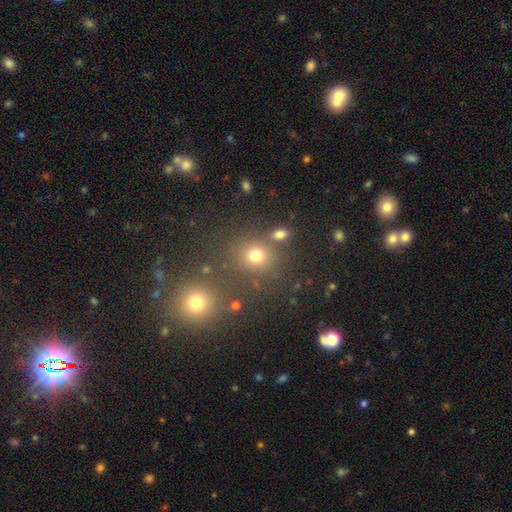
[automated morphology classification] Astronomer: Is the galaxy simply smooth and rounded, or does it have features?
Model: smooth — 73%.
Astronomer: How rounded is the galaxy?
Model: round — 79%.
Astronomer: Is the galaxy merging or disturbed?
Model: none — 72%.